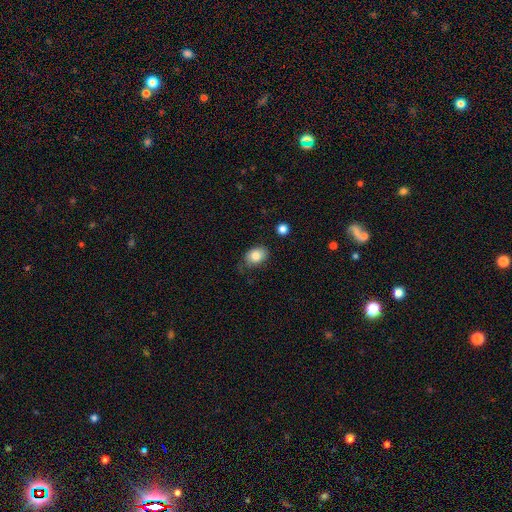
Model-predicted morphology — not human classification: This appears to be a smooth galaxy with no disk features (84%) that is in between round and cigar-shaped (73%). Merging: none (65%).